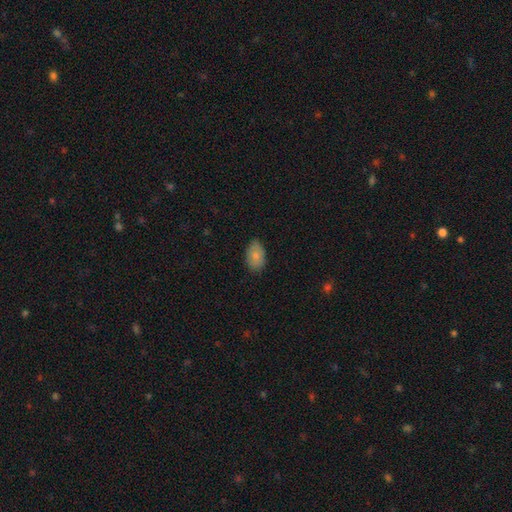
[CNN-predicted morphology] This appears to be a smooth galaxy with no disk features (84%) that is in between round and cigar-shaped (91%). Merging: none (83%).